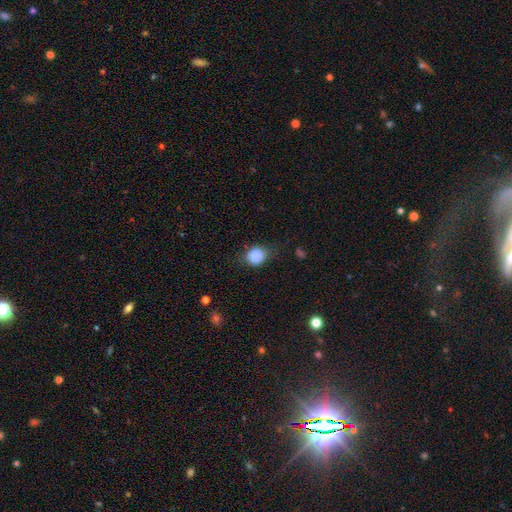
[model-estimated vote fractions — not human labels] This appears to be a smooth galaxy with no disk features (86%) that is round (68%). Merging: none (64%).